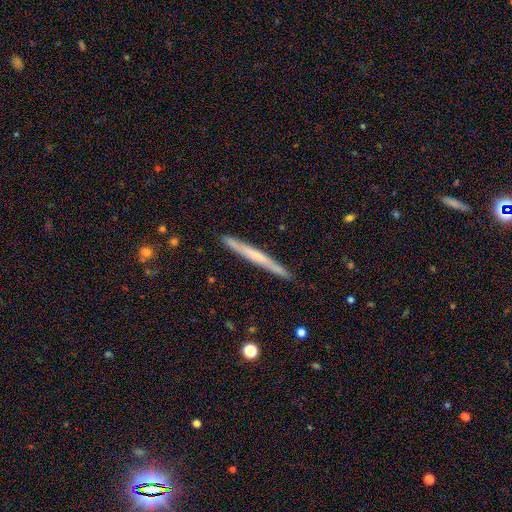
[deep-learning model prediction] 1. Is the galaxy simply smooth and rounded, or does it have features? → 51% featured or disk, 43% smooth, 6% star or artifact.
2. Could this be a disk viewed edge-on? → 97% yes, 3% no.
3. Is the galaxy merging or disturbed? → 90% none, 7% minor disturbance, 1% major disturbance, 1% merger.